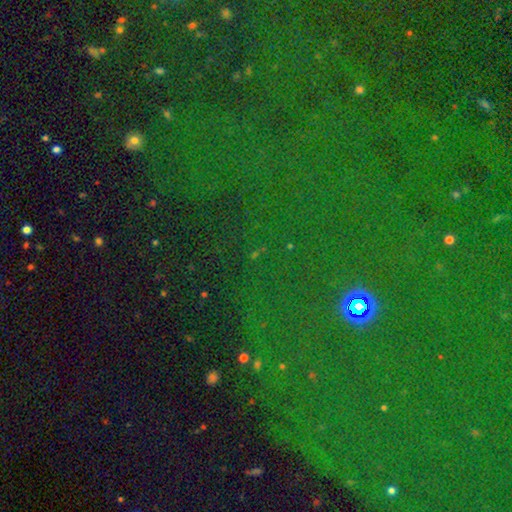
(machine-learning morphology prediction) star or artifact 78%, smooth 14%, featured or disk 8%.